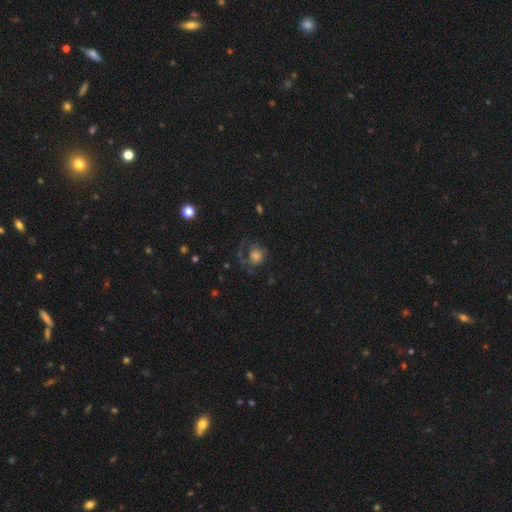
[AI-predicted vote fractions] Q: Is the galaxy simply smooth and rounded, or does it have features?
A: smooth — 46%.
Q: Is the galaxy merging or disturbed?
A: none — 43%.